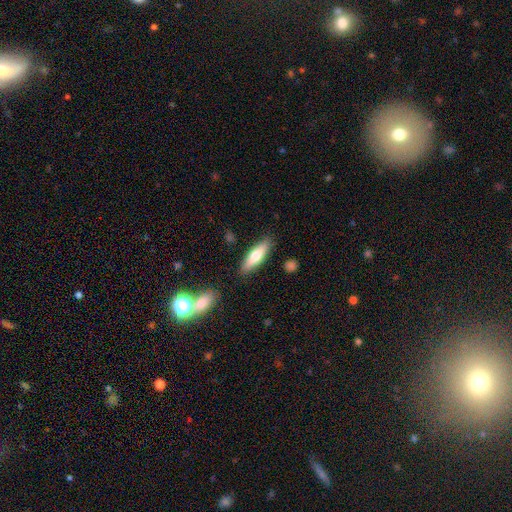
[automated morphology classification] smooth 64%, featured or disk 29%, star or artifact 6%. Down the decision tree: how rounded — cigar-shaped (60%); merging — none (86%).